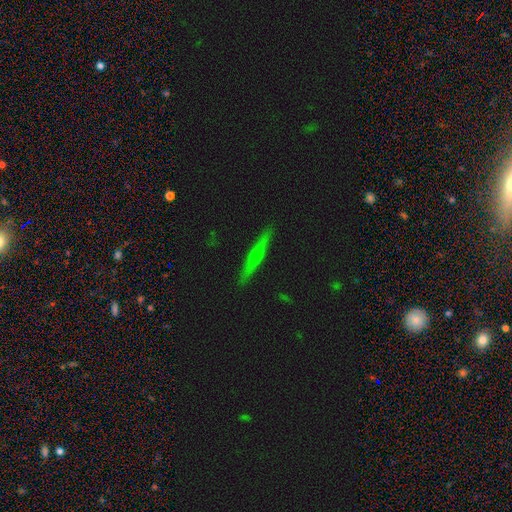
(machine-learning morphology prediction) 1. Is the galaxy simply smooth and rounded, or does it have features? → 61% featured or disk, 32% smooth, 7% star or artifact.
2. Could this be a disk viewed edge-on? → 96% yes, 4% no.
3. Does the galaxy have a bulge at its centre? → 73% rounded, 20% none, 7% boxy.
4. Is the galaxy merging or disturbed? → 91% none, 7% minor disturbance, 1% major disturbance, 1% merger.